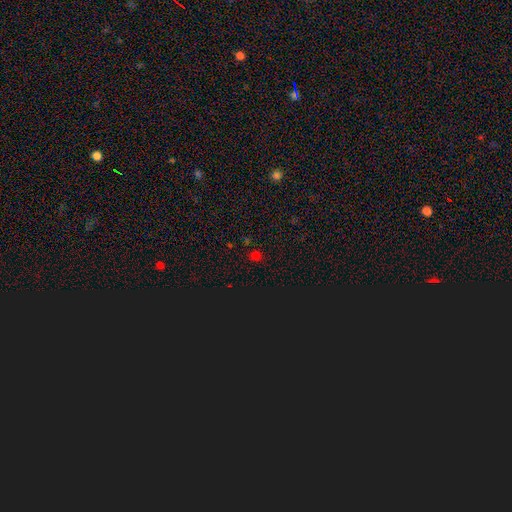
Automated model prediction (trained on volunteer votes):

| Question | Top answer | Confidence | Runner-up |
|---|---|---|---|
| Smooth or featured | smooth | 60% | star or artifact (35%) |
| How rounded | round | 83% | in between (15%) |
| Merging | none | 85% | minor disturbance (9%) |